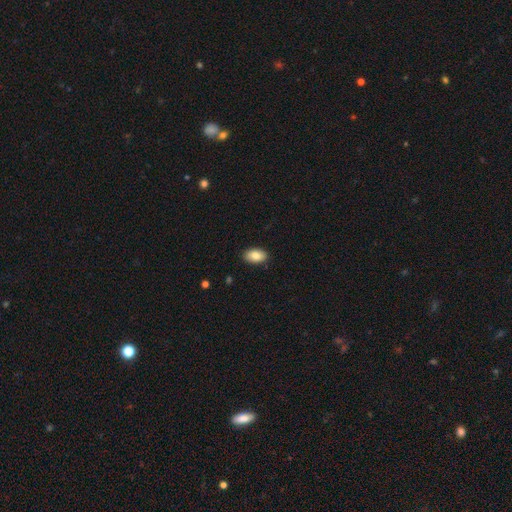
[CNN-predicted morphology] Smooth or featured? smooth (87%)
How rounded? in between (93%)
Merging? none (89%)